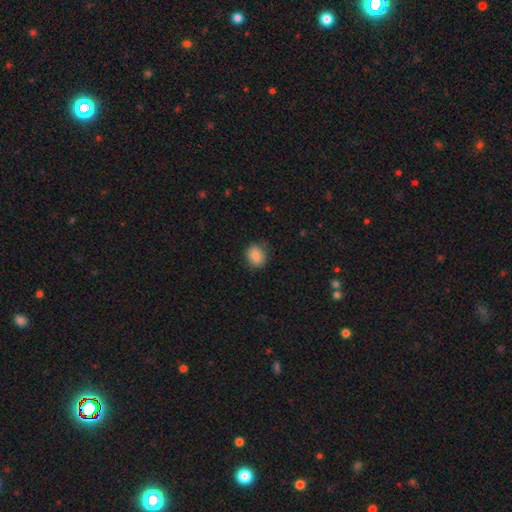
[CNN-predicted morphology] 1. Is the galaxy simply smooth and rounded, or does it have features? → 85% smooth, 9% star or artifact, 6% featured or disk.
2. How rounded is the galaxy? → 59% round, 40% in between, 1% cigar-shaped.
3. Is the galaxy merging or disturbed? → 84% none, 12% minor disturbance, 3% major disturbance, 1% merger.